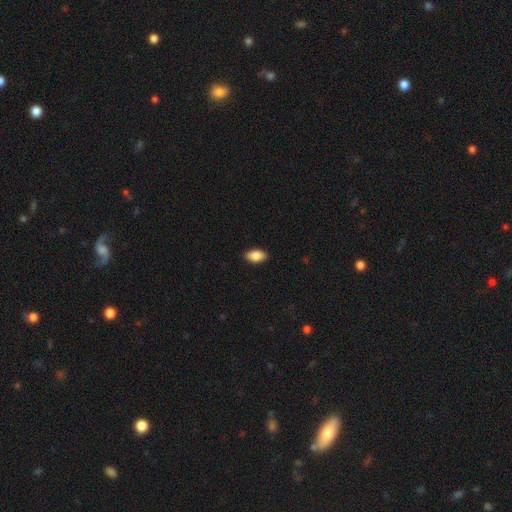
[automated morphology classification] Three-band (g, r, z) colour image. It shows a smooth galaxy with no disk features (85%) that is in between round and cigar-shaped (92%). Merging: none (89%).